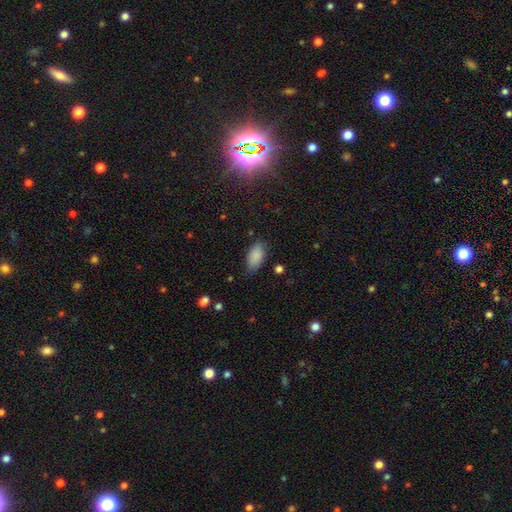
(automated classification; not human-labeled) smooth_or_featured: smooth (p=0.87) [alt: star or artifact p=0.08]
how_rounded: in between (p=0.93) [alt: round p=0.04]
merging: none (p=0.75) [alt: minor disturbance p=0.19]